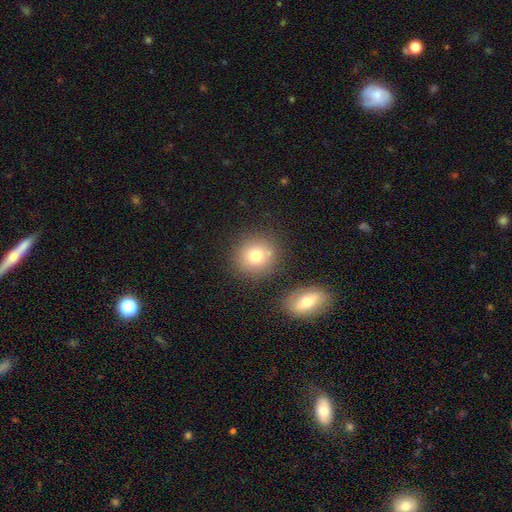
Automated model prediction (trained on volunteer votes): The model was most divided on "merging": none: 76%, merger: 11%, minor disturbance: 10%, major disturbance: 3%. More confident: how rounded — round (86%); smooth or featured — smooth (77%).